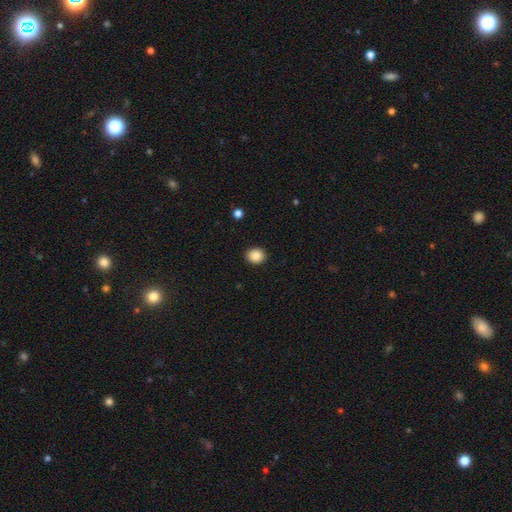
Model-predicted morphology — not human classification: Smooth or featured?
  - smooth: 88% *
  - star or artifact: 9%
  - featured or disk: 3%
How rounded?
  - round: 76% *
  - in between: 23%
  - cigar-shaped: 1%
Merging?
  - none: 91% *
  - minor disturbance: 6%
  - major disturbance: 2%
  - merger: 1%